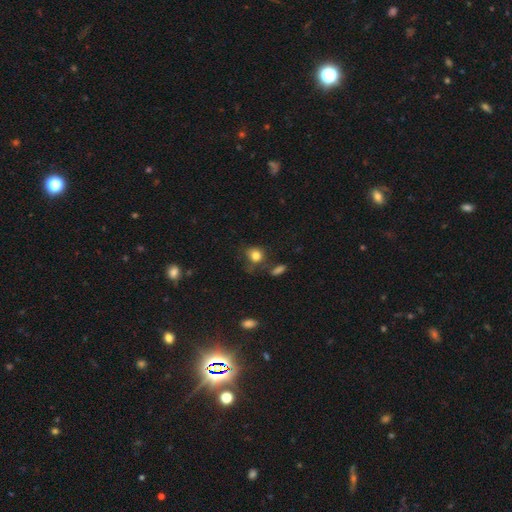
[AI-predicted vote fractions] A smooth galaxy with no disk features (81%) that is round (65%).

Vote fractions:
- Smooth or featured? smooth: 81% / star or artifact: 11% / featured or disk: 8%
- How rounded? round: 65% / in between: 33% / cigar-shaped: 1%
- Merging? none: 61% / minor disturbance: 22% / major disturbance: 9% / merger: 9%